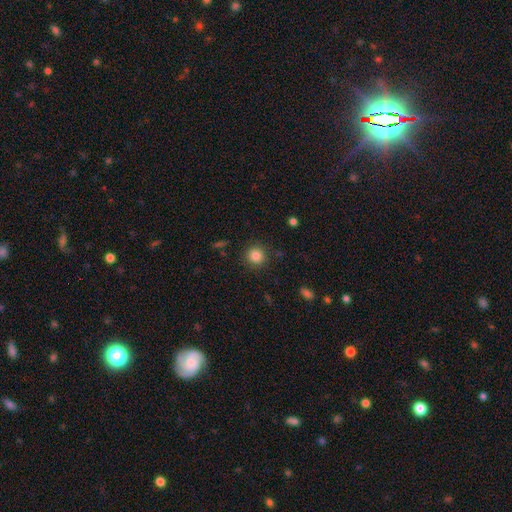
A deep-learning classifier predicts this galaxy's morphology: smooth-or-featured: smooth: 84% | star or artifact: 11% | featured or disk: 5%
  how-rounded: round: 93% | in between: 6% | cigar-shaped: 1%
  merging: none: 89% | minor disturbance: 7% | major disturbance: 3% | merger: 1%